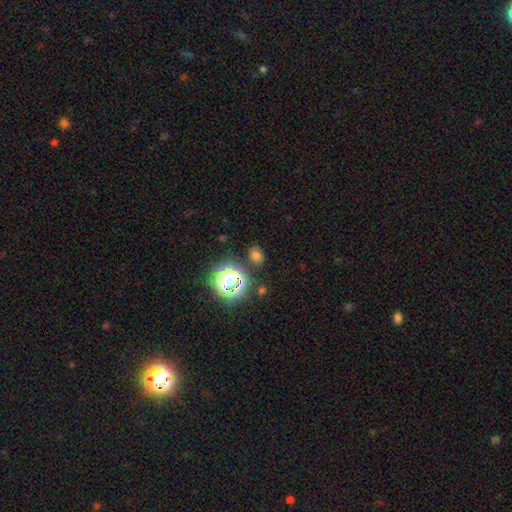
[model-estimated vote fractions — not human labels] Smooth or featured?
  - smooth: 64% *
  - star or artifact: 29%
  - featured or disk: 7%
How rounded?
  - in between: 50% *
  - round: 48%
  - cigar-shaped: 1%
Merging?
  - none: 78% *
  - minor disturbance: 13%
  - major disturbance: 5%
  - merger: 4%